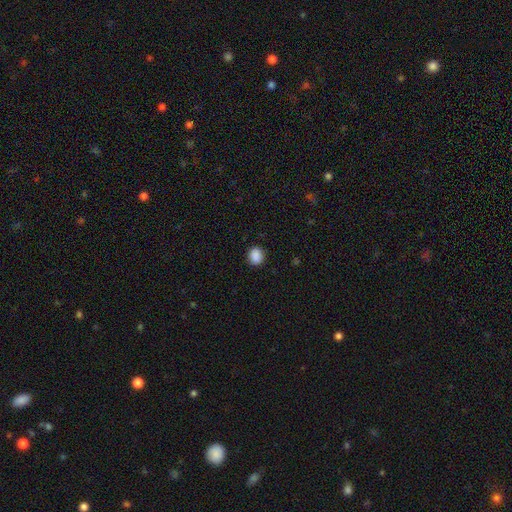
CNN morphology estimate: The model was most divided on "how rounded": round: 74%, in between: 25%, cigar-shaped: 1%. More confident: merging — none (89%); smooth or featured — smooth (89%).